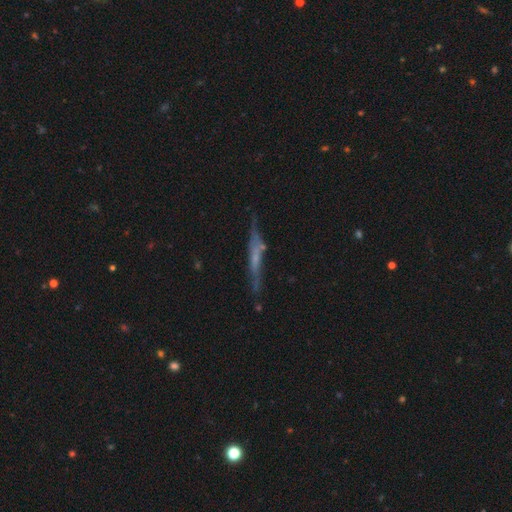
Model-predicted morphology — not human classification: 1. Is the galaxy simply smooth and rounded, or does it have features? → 56% featured or disk, 35% smooth, 10% star or artifact.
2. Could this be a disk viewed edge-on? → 84% yes, 16% no.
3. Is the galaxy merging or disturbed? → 67% none, 20% minor disturbance, 7% major disturbance, 6% merger.